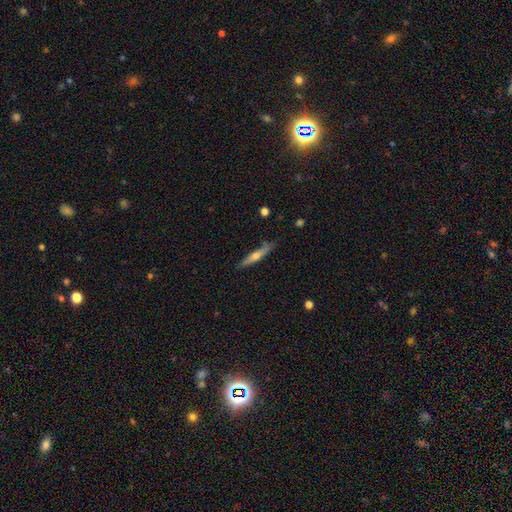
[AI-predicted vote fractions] Smooth or featured? featured or disk (57%)
Edge-on disk? yes (94%)
Edge-on bulge? rounded (83%)
Merging? none (85%)